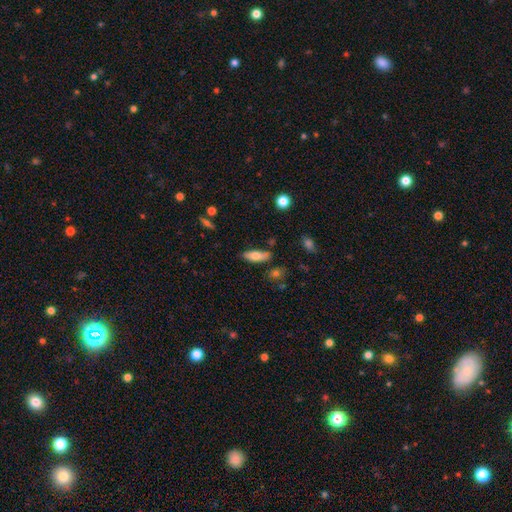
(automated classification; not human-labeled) Smooth or featured? Predicted: smooth (p=0.73). How rounded? Predicted: in between (p=0.62). Merging? Predicted: none (p=0.76).